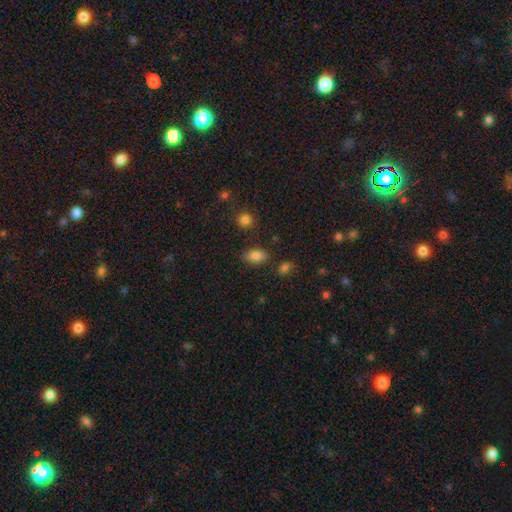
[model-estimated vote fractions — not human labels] The model was most divided on "merging": none: 81%, minor disturbance: 12%, merger: 4%, major disturbance: 3%. More confident: how rounded — in between (88%); smooth or featured — smooth (81%).